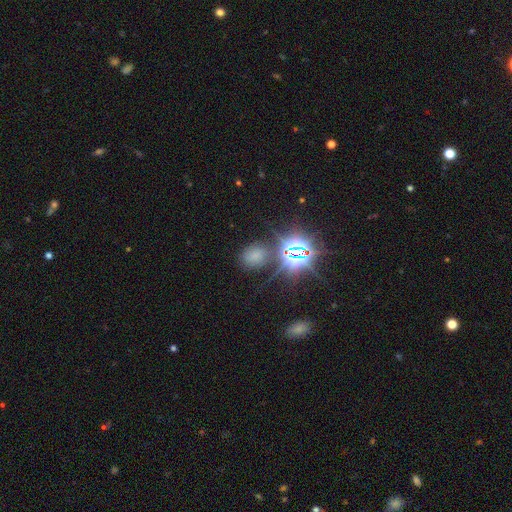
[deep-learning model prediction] The model was most divided on "smooth or featured" (2-way tie): smooth: 45%, star or artifact: 45%, featured or disk: 10%. More confident: merging — none (70%).